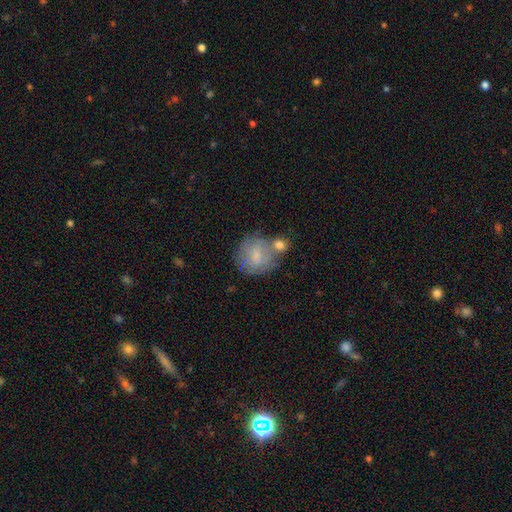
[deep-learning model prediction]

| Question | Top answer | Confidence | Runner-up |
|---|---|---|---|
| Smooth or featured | smooth | 62% | featured or disk (30%) |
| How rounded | round | 78% | in between (21%) |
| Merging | none | 40% | merger (30%) |